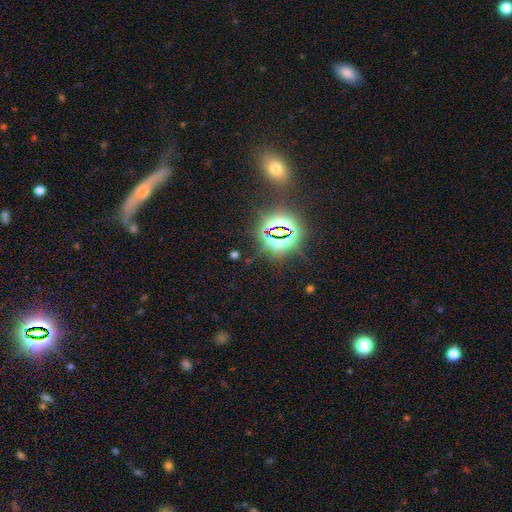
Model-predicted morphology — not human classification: Q: Smooth or featured?
A: star or artifact (68%); runner-up: smooth (19%)